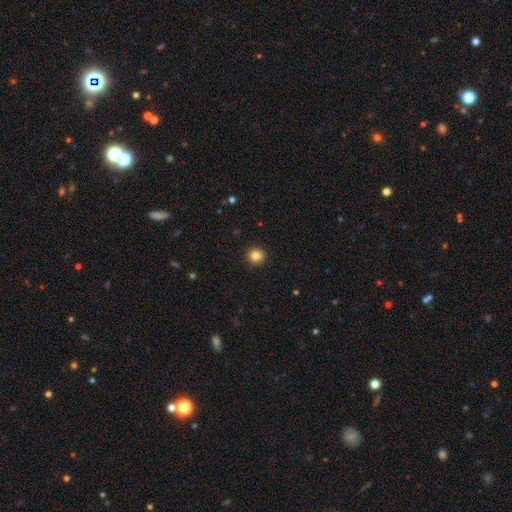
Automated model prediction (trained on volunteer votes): This appears to be a smooth galaxy with no disk features (84%) that is round (93%). Merging: none (92%).